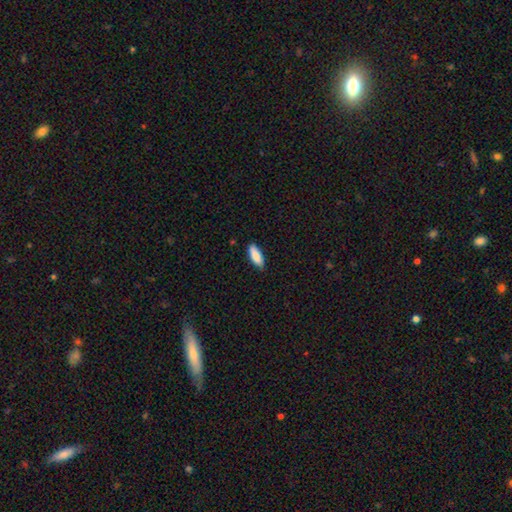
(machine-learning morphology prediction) smooth 87%, featured or disk 7%, star or artifact 6%. Down the decision tree: how rounded — in between (69%); merging — none (84%).